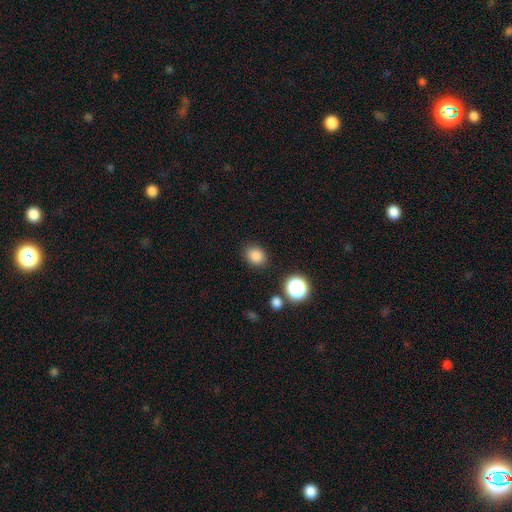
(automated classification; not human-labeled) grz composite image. It shows a smooth galaxy with no disk features (84%) that is round (53%). Merging: none (85%).